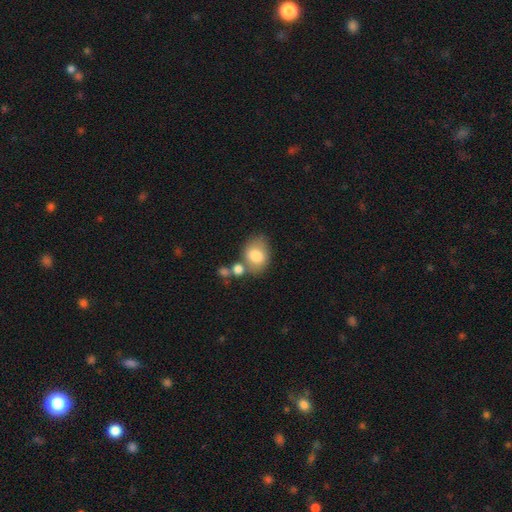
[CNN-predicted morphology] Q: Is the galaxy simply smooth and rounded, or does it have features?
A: smooth — 78%.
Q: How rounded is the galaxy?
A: in between — 64%.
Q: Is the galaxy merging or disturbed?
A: none — 52%.